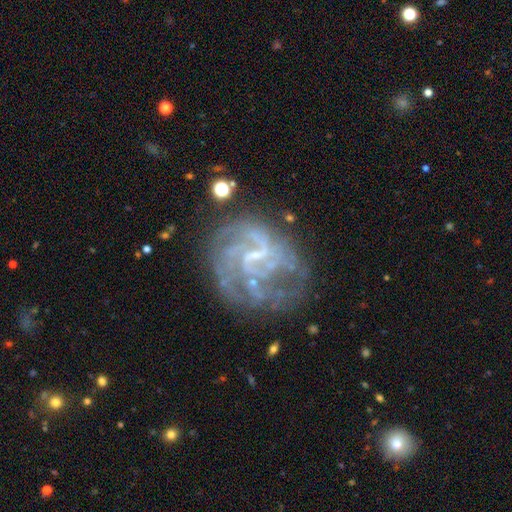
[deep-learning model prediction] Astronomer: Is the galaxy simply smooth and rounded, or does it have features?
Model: featured or disk — 85%.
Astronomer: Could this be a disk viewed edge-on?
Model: no — 98%.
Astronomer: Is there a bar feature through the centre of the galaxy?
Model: weak — 52% (runner-up: no, 33%).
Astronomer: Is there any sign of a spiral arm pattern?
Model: yes — 88%.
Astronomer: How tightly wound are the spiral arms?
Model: medium — 44% (runner-up: tight, 35%).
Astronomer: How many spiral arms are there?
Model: can't tell — 32% (runner-up: 2, 22%).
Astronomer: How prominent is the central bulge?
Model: small — 61%.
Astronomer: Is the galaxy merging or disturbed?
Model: none — 55%.